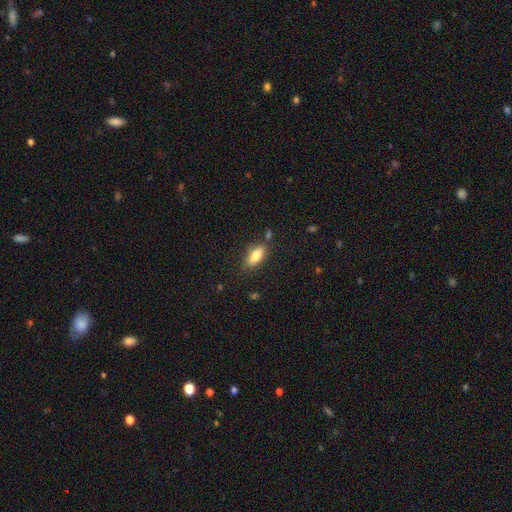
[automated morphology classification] Overall: smooth (71%). How rounded: in between (71%). Merging: none (81%).